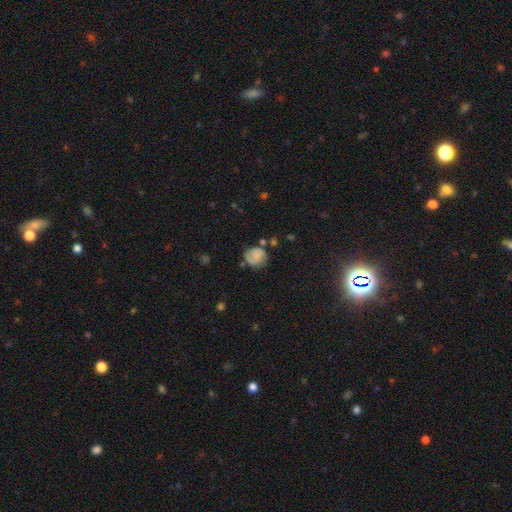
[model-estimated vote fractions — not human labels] This is possibly a smooth galaxy (54%). How rounded: likely round (75%). Merging: likely none (61%).